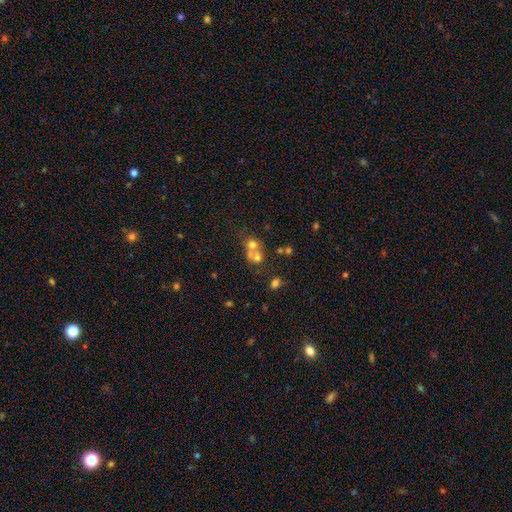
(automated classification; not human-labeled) Smooth or featured? Predicted: smooth (p=0.50). How rounded? Predicted: round (p=0.76). Merging? Predicted: merger (p=0.53).